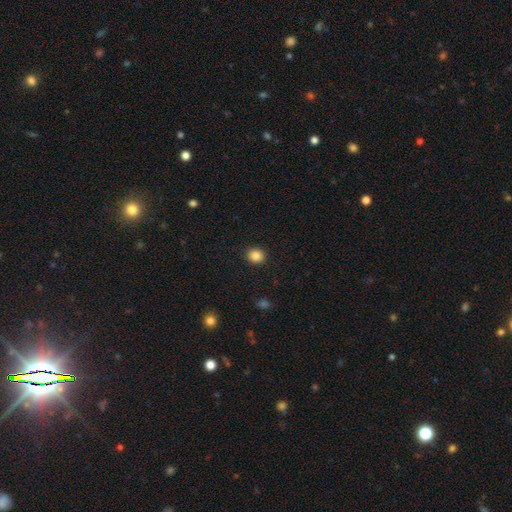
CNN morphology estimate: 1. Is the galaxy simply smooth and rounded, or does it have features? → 87% smooth, 10% star or artifact, 3% featured or disk.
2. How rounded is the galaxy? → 75% round, 24% in between, 1% cigar-shaped.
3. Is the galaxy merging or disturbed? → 91% none, 6% minor disturbance, 2% major disturbance, 1% merger.